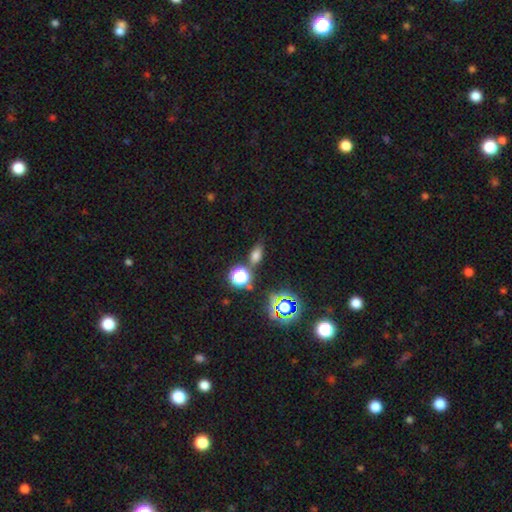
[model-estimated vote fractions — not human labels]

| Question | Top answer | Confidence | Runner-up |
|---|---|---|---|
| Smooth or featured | smooth | 65% | star or artifact (25%) |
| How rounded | in between | 74% | round (19%) |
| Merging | none | 72% | minor disturbance (13%) |